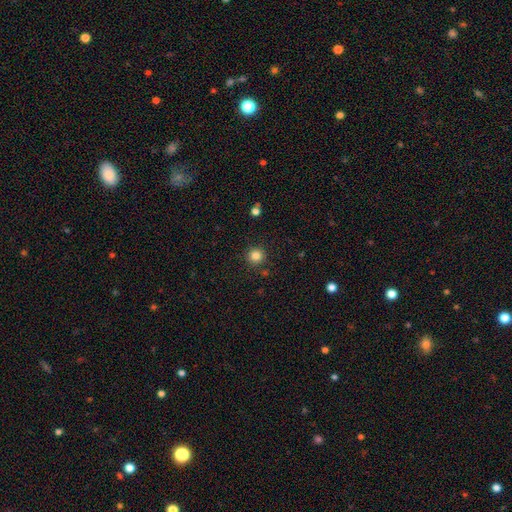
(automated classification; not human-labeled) Q: Smooth or featured?
A: smooth (83%); runner-up: star or artifact (13%)
Q: How rounded?
A: round (95%); runner-up: in between (5%)
Q: Merging?
A: none (88%); runner-up: minor disturbance (7%)